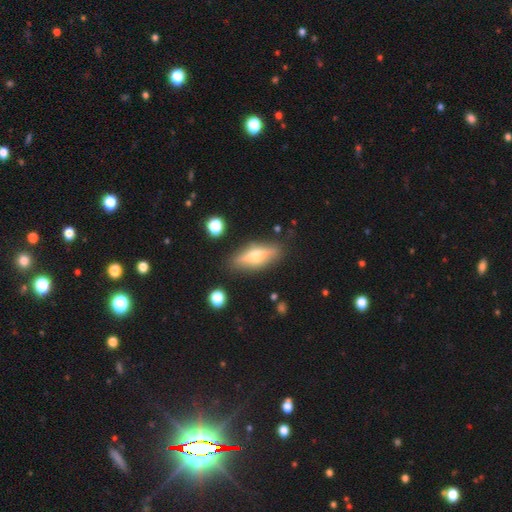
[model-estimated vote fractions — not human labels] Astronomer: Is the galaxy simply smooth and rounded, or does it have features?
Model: featured or disk — 61%.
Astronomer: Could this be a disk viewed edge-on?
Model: yes — 89%.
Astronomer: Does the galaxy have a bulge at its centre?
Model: rounded — 93%.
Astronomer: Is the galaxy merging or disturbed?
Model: none — 85%.